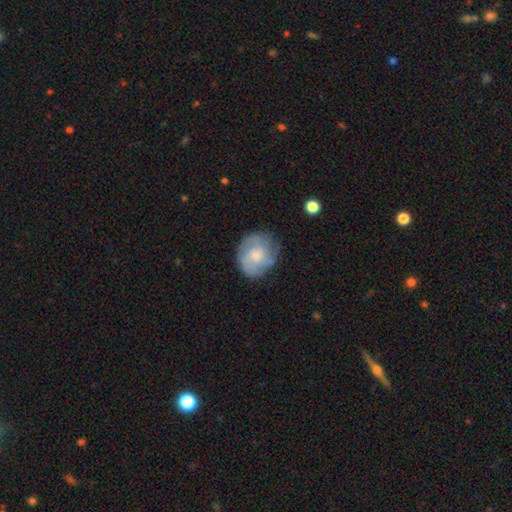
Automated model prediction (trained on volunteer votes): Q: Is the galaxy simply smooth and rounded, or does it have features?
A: smooth — 51%.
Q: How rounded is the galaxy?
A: round — 67%.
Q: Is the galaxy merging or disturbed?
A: none — 68%.